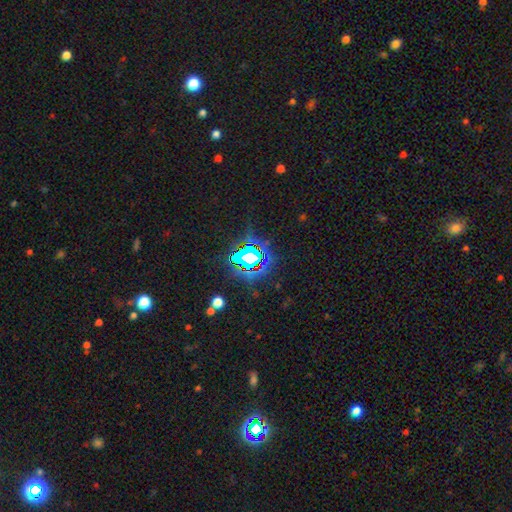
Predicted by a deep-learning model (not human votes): Morphology: type=star or artifact (83%).